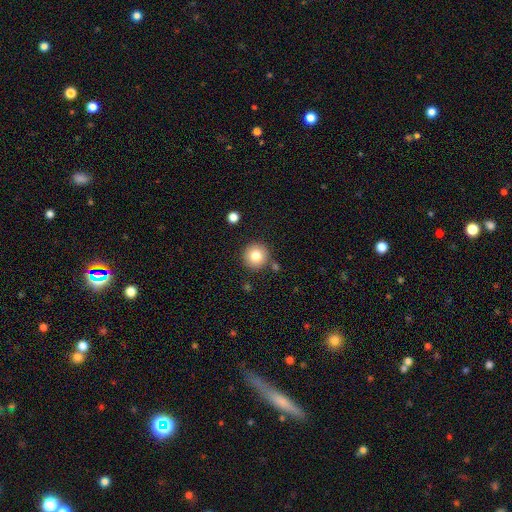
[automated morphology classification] This appears to be a smooth galaxy with no disk features (81%) that is round (95%). Merging: none (85%).